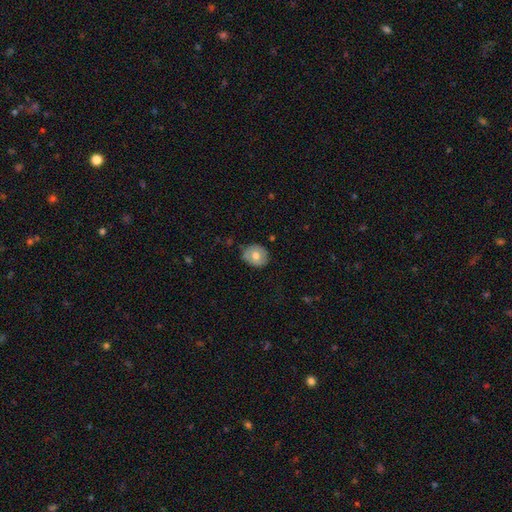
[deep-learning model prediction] smooth_or_featured: smooth (p=0.63) [alt: featured or disk p=0.30]
how_rounded: round (p=0.73) [alt: in between p=0.26]
merging: none (p=0.80) [alt: minor disturbance p=0.16]